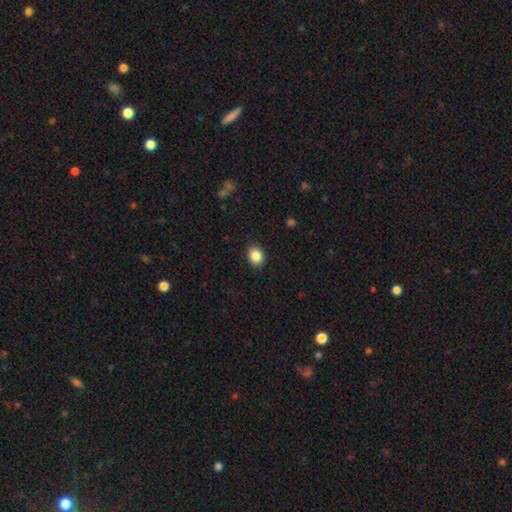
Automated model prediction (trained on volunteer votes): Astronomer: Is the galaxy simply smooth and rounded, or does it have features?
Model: smooth — 87%.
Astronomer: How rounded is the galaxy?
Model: round — 52% (runner-up: in between, 47%).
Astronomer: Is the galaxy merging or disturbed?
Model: none — 87%.